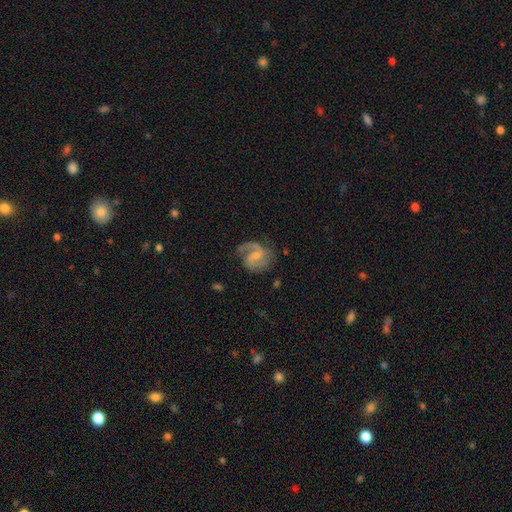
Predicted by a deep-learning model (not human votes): smooth_or_featured: featured or disk (p=0.83) [alt: smooth p=0.11]
disk_edge_on: no (p=0.98) [alt: yes p=0.02]
bar: weak (p=0.55) [alt: no p=0.27]
has_spiral_arms: yes (p=0.96) [alt: no p=0.04]
spiral_winding: medium (p=0.54) [alt: loose p=0.25]
spiral_arm_count: 2 (p=0.80) [alt: 1 p=0.11]
bulge_size: small (p=0.44) [alt: none p=0.30]
merging: none (p=0.66) [alt: minor disturbance p=0.20]